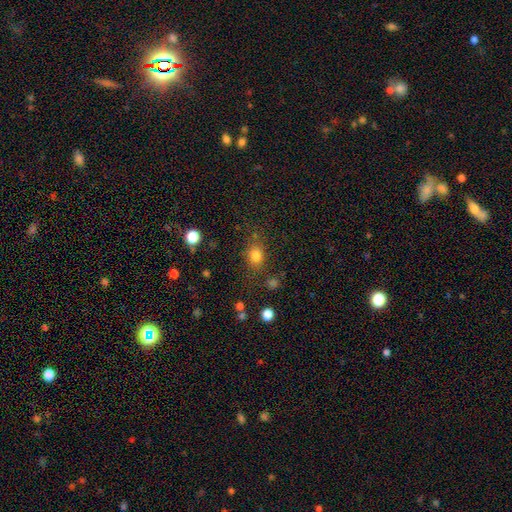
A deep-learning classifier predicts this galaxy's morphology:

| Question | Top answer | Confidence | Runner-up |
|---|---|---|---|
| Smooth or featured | smooth | 79% | star or artifact (13%) |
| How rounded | round | 52% | in between (47%) |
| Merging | none | 76% | minor disturbance (14%) |